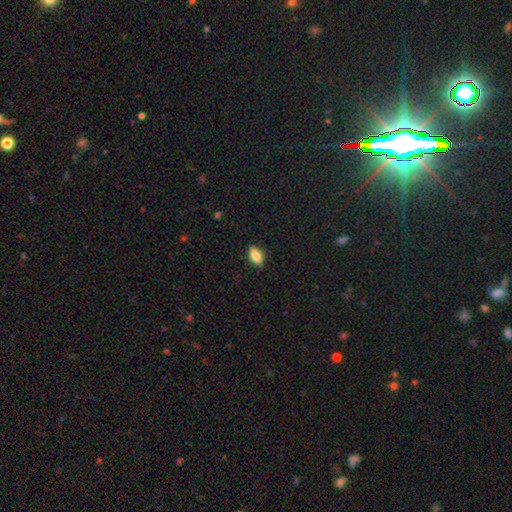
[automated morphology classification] smooth_or_featured: smooth (p=0.75) [alt: featured or disk p=0.16]
how_rounded: in between (p=0.82) [alt: cigar-shaped p=0.14]
merging: none (p=0.87) [alt: minor disturbance p=0.10]